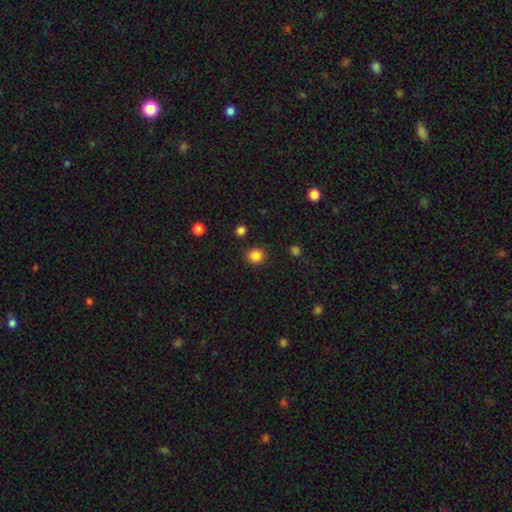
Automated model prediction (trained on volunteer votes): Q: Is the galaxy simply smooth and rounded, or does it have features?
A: smooth — 85%.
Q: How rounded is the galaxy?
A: round — 89%.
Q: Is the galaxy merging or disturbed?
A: none — 89%.